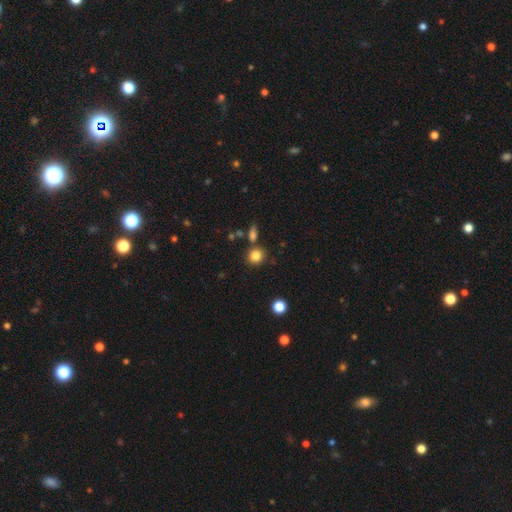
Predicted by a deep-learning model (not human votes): Smooth or featured? smooth (83%)
How rounded? round (85%)
Merging? none (79%)